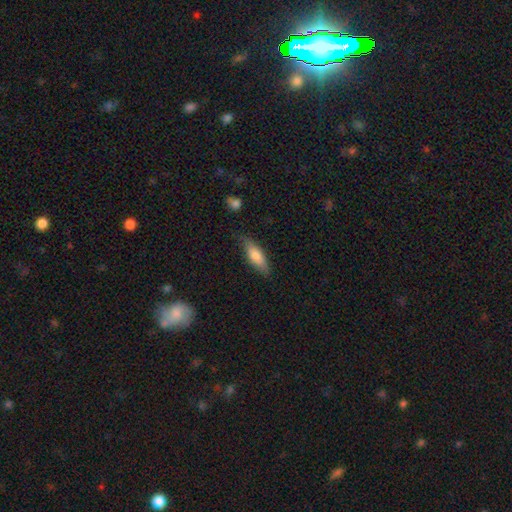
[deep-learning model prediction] This is likely a smooth galaxy (75%). How rounded: possibly in between (55%). Merging: likely none (73%).